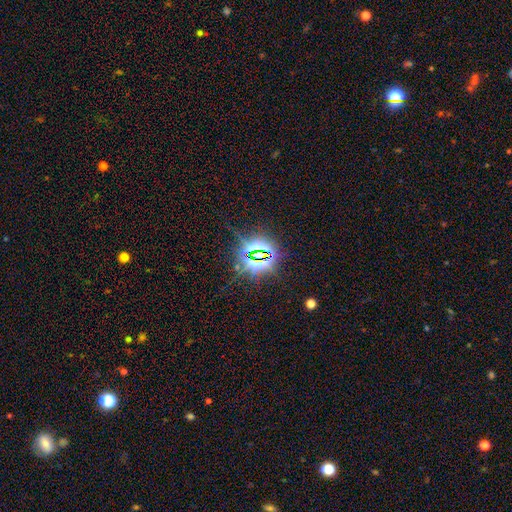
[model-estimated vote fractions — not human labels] The model was most divided on "smooth or featured": star or artifact: 81%, smooth: 11%, featured or disk: 8%.